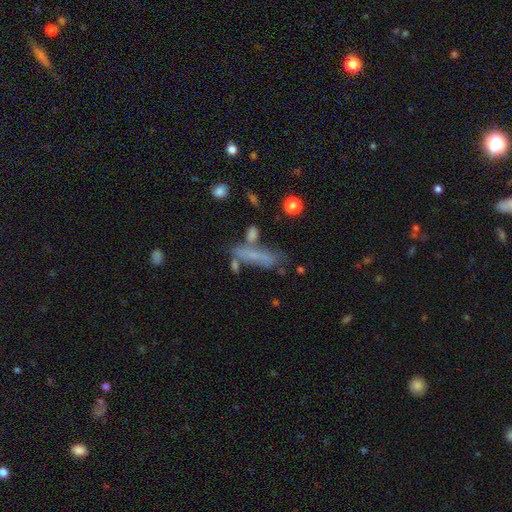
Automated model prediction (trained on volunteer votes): Morphology: type=smooth (51%); roundness=cigar-shaped (71%); merging=none (47%).